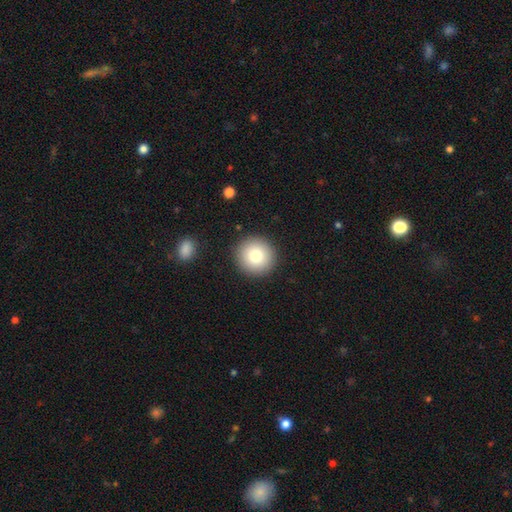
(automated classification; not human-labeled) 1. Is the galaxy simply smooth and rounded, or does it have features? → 79% smooth, 11% featured or disk, 10% star or artifact.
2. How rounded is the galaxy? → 96% round, 3% in between, 1% cigar-shaped.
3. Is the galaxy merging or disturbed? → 91% none, 5% minor disturbance, 2% major disturbance, 2% merger.